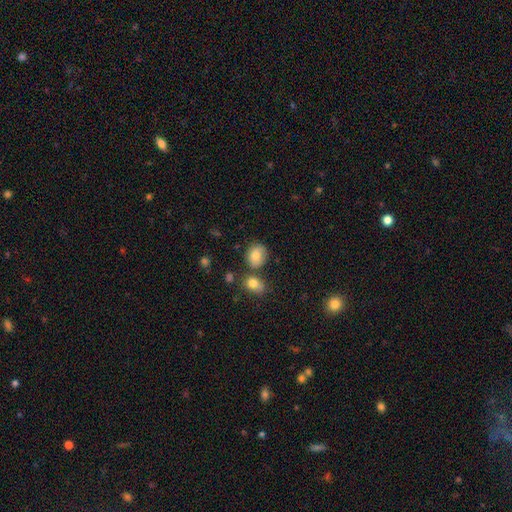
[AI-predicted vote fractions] This is likely a smooth galaxy (79%). How rounded: likely round (63%). Merging: likely none (65%).